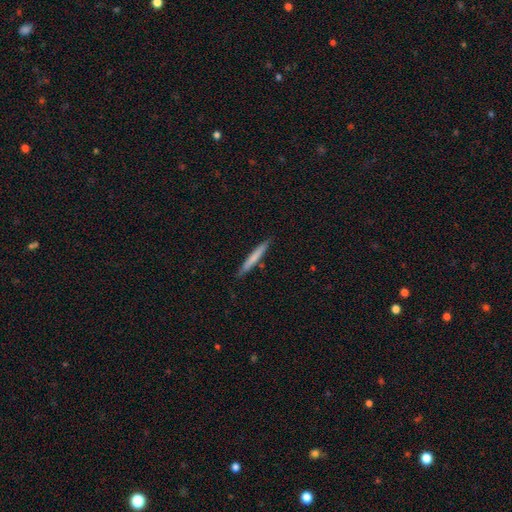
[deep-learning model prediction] Smooth or featured?
  - smooth: 69% *
  - featured or disk: 25%
  - star or artifact: 5%
How rounded?
  - cigar-shaped: 96% *
  - in between: 3%
  - round: 1%
Merging?
  - none: 87% *
  - minor disturbance: 9%
  - merger: 2%
  - major disturbance: 2%